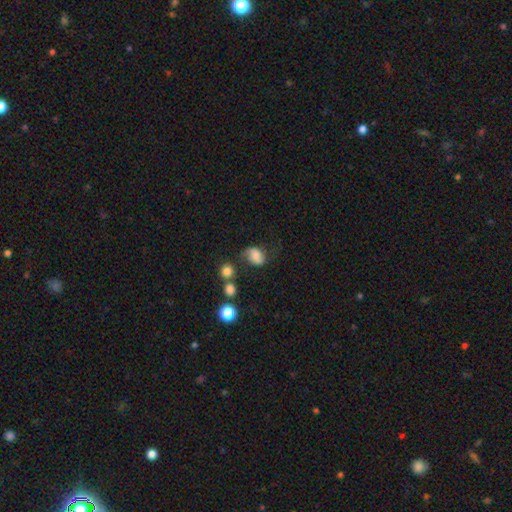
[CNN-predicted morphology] This appears to be a smooth galaxy with no disk features (64%) that is in between round and cigar-shaped (65%). Merging: none (50%).